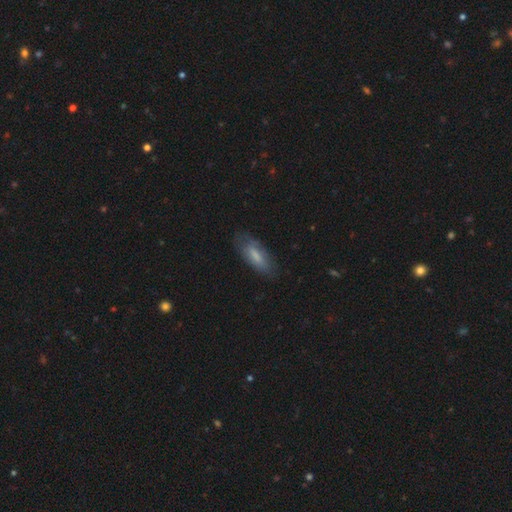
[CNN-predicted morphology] The model was most divided on "how rounded": in between: 67%, cigar-shaped: 31%, round: 2%. More confident: merging — none (73%); smooth or featured — smooth (70%).